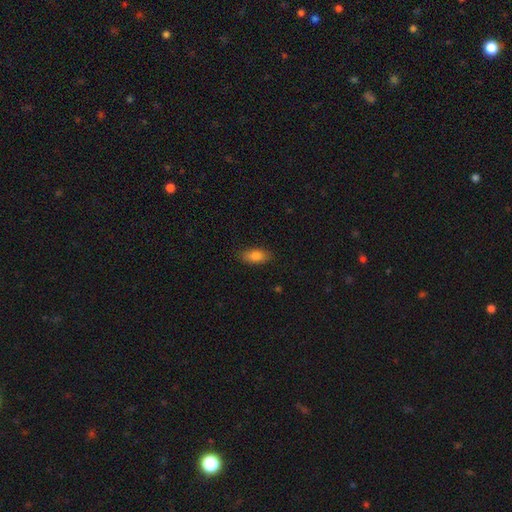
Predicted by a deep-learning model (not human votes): Smooth or featured?
  - smooth: 83% *
  - featured or disk: 9%
  - star or artifact: 8%
How rounded?
  - in between: 87% *
  - cigar-shaped: 9%
  - round: 3%
Merging?
  - none: 85% *
  - minor disturbance: 12%
  - major disturbance: 3%
  - merger: 1%